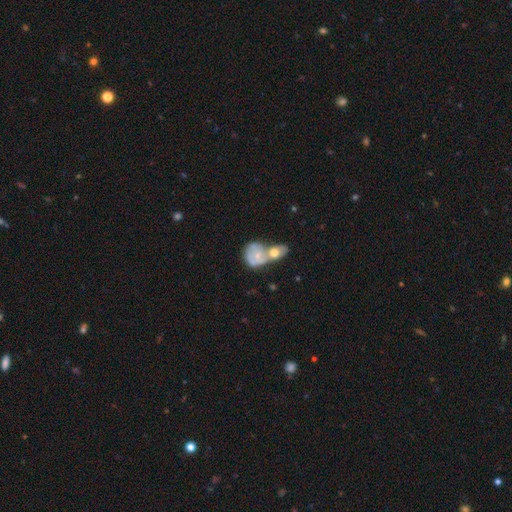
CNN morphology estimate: smooth 50%, featured or disk 42%, star or artifact 8%. Down the decision tree: how rounded — round (54%); merging — merger (70%).